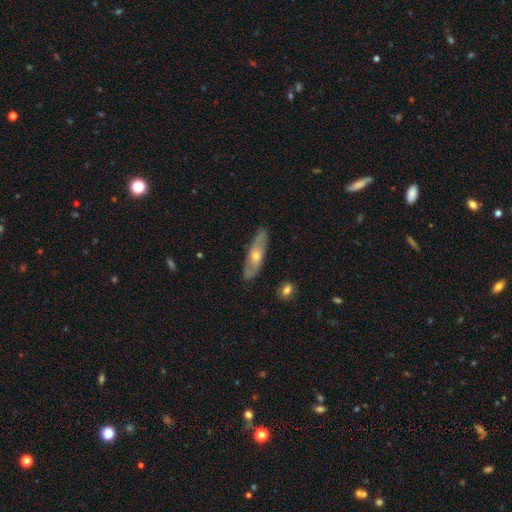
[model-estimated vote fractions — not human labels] Smooth or featured: featured or disk — 64% (smooth — 29%)
Edge-on disk: no — 61% (yes — 39%)
Merging: none — 84% (minor disturbance — 12%)